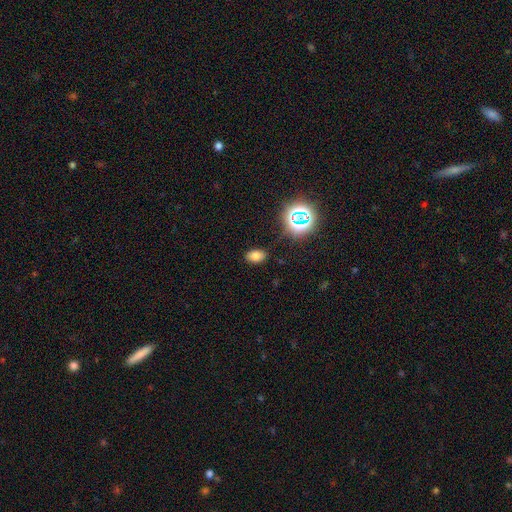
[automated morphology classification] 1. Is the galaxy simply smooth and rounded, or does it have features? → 73% smooth, 21% star or artifact, 7% featured or disk.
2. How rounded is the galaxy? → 85% in between, 14% round, 1% cigar-shaped.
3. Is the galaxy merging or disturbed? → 85% none, 10% minor disturbance, 3% major disturbance, 2% merger.